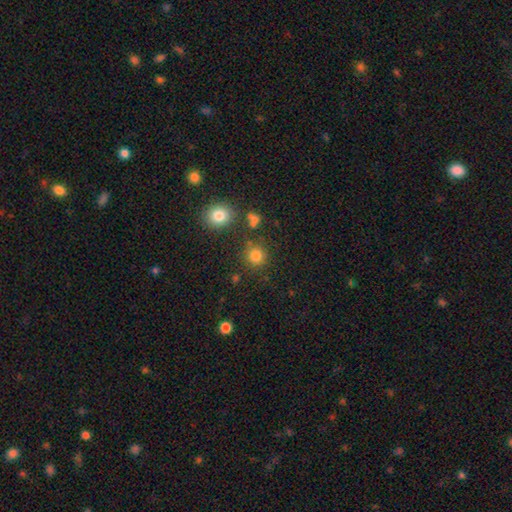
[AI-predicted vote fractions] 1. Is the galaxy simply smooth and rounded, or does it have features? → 80% smooth, 15% star or artifact, 5% featured or disk.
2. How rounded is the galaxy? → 90% round, 9% in between, 1% cigar-shaped.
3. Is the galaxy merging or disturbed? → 81% none, 9% minor disturbance, 6% merger, 4% major disturbance.